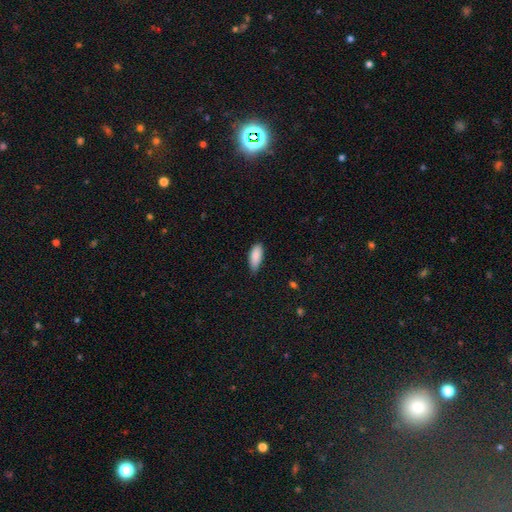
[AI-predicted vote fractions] A smooth galaxy with no disk features (88%) that is in between round and cigar-shaped (80%). Merging: none (68%).